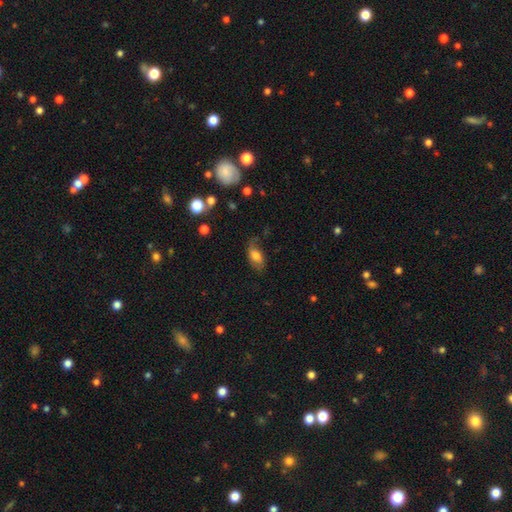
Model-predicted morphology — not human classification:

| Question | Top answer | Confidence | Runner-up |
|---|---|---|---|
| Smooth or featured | smooth | 66% | featured or disk (25%) |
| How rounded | in between | 89% | round (6%) |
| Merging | none | 57% | minor disturbance (27%) |